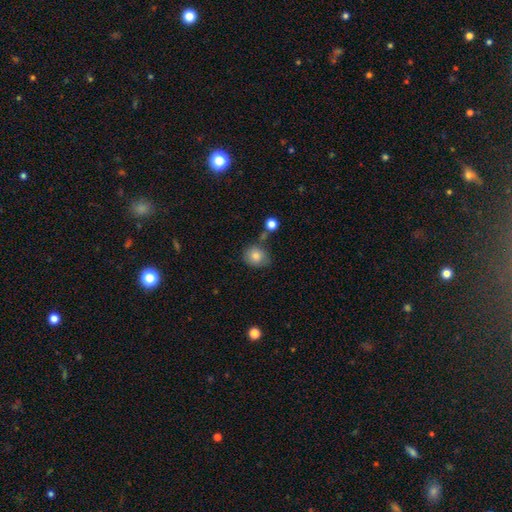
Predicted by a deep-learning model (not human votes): Morphology: type=smooth (82%); roundness=round (75%); merging=none (65%).